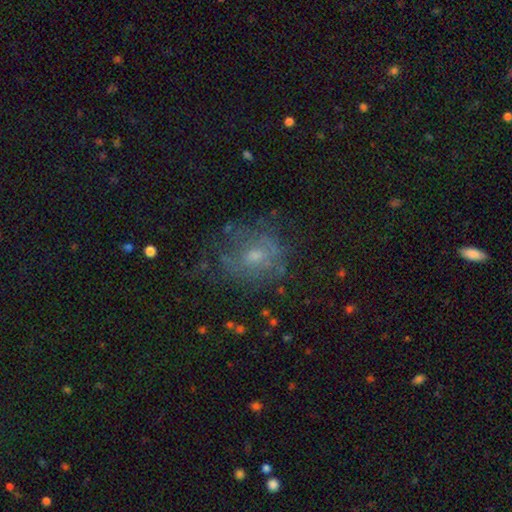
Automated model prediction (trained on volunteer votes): Morphology: type=featured or disk (45%); merging=none (56%).